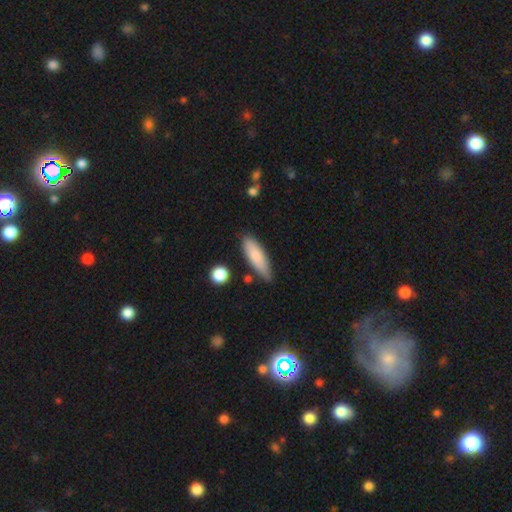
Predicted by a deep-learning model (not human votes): Smooth or featured? smooth (81%)
How rounded? cigar-shaped (53%)
Merging? none (75%)